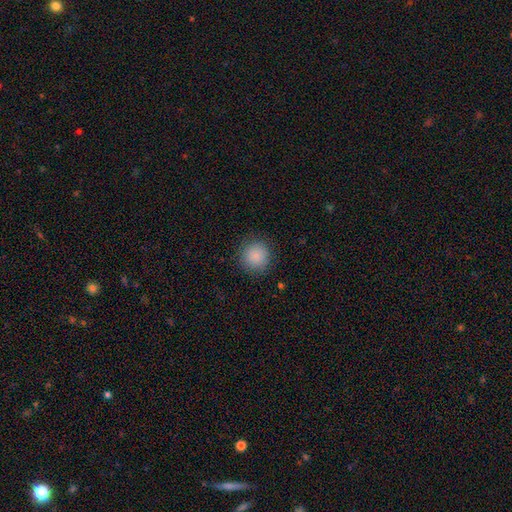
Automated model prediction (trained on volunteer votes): This is clearly a smooth galaxy (87%). How rounded: clearly round (94%). Merging: clearly none (89%).